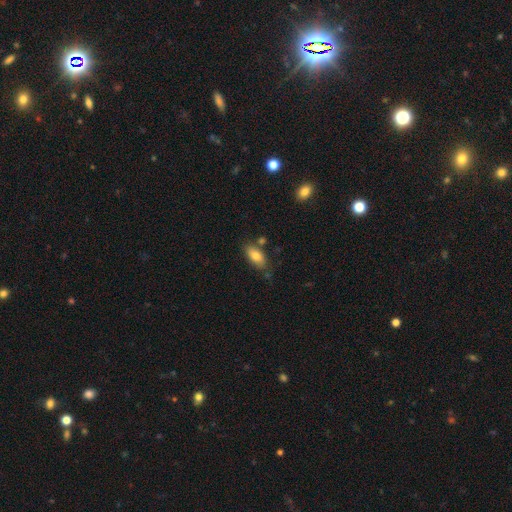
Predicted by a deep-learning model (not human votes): smooth-or-featured: smooth: 79% | featured or disk: 13% | star or artifact: 7%
  how-rounded: in between: 89% | cigar-shaped: 8% | round: 3%
  merging: none: 72% | minor disturbance: 17% | merger: 8% | major disturbance: 4%